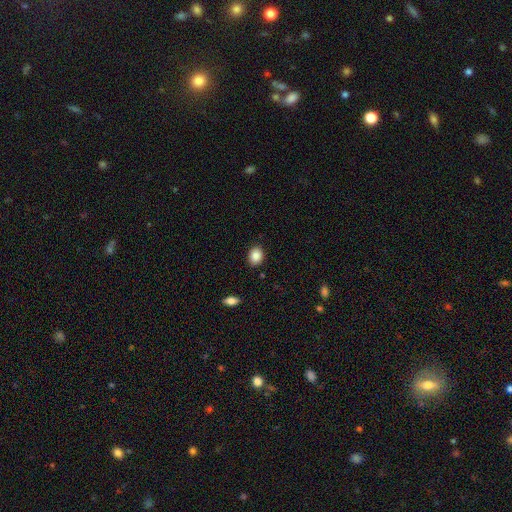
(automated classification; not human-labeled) The model was most divided on "how rounded": in between: 54%, round: 45%, cigar-shaped: 1%. More confident: merging — none (89%); smooth or featured — smooth (87%).